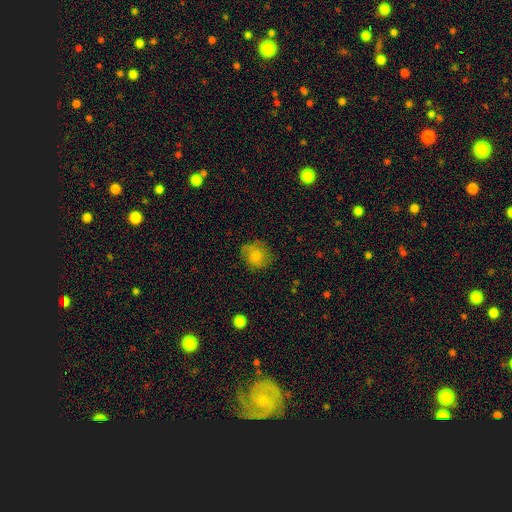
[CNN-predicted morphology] Smooth or featured? smooth (76%)
How rounded? round (80%)
Merging? none (70%)